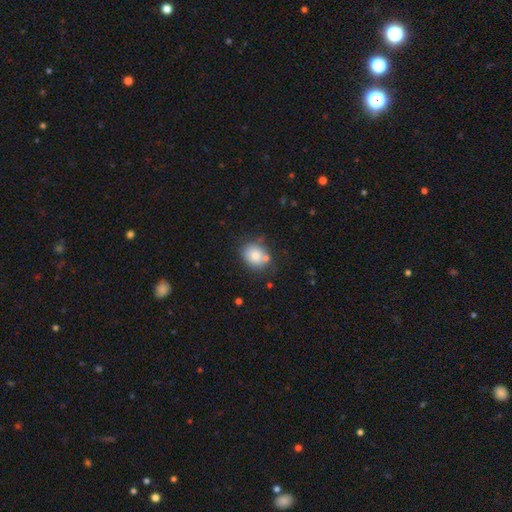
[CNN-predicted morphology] type=smooth (80%); roundness=round (56%); merging=none (72%).